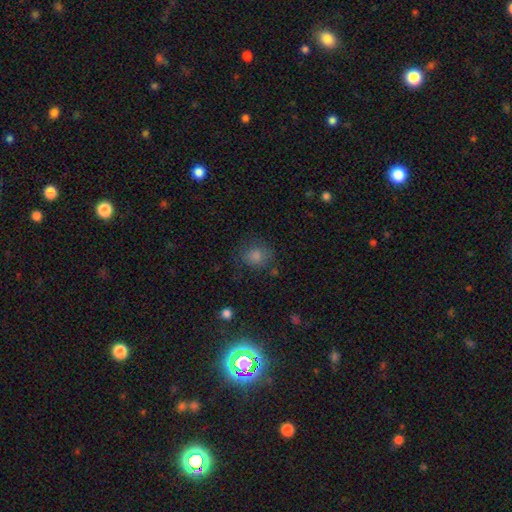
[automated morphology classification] Smooth or featured? Predicted: smooth (p=0.64). How rounded? Predicted: round (p=0.73). Merging? Predicted: none (p=0.76).